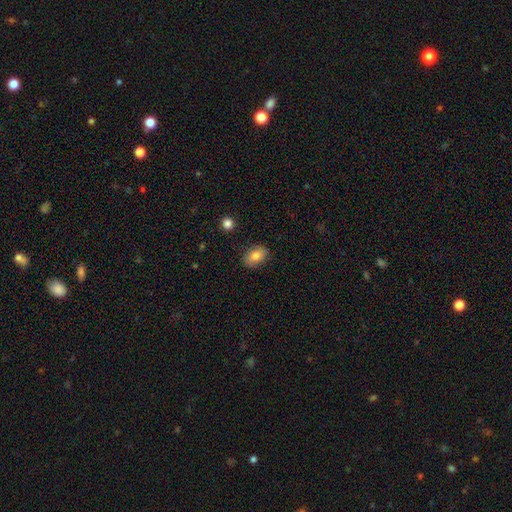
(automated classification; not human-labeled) This appears to be a smooth galaxy with no disk features (81%) that is in between round and cigar-shaped (82%). Merging: none (86%).